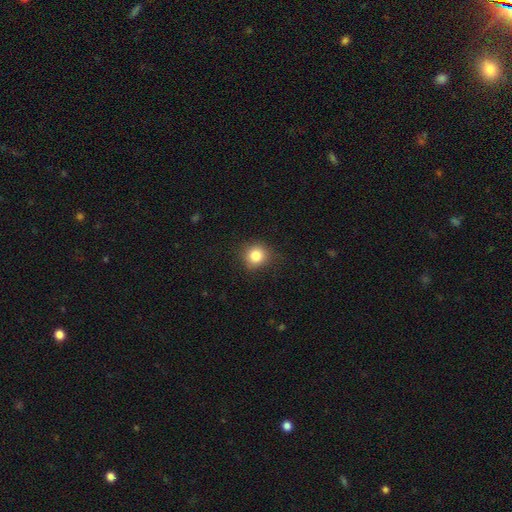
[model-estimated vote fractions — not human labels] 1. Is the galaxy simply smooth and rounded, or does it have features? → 83% smooth, 11% star or artifact, 6% featured or disk.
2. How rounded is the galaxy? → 88% round, 11% in between, 1% cigar-shaped.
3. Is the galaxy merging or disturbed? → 85% none, 11% minor disturbance, 3% major disturbance, 1% merger.